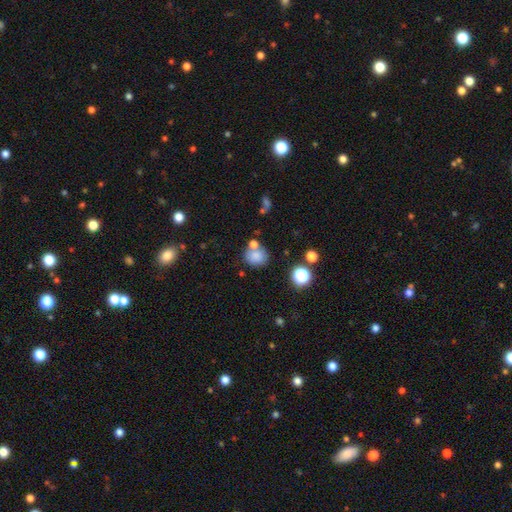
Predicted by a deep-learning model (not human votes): This appears to be a smooth galaxy with no disk features (79%) that is round (74%). Merging: none (62%).